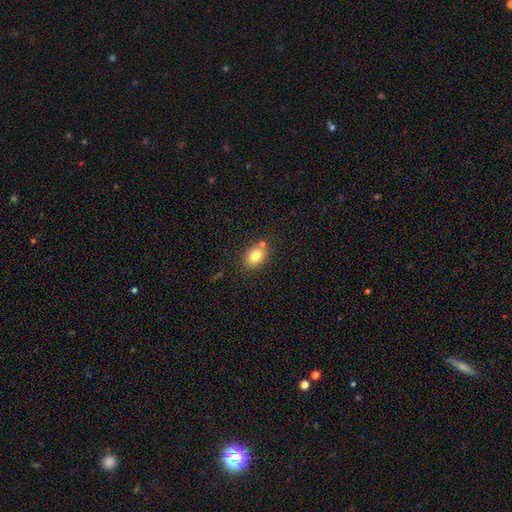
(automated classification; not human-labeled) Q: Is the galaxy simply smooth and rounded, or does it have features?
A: smooth — 80%.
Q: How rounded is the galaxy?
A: in between — 60%.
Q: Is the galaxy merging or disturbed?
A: none — 69%.